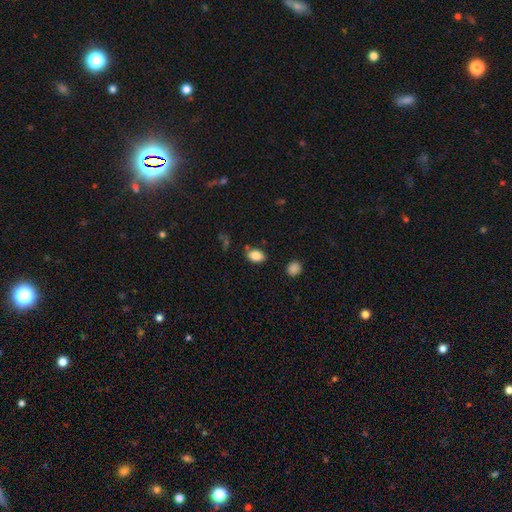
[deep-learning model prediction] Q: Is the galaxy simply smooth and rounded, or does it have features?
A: smooth — 85%.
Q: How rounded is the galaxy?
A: in between — 85%.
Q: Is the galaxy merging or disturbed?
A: none — 80%.